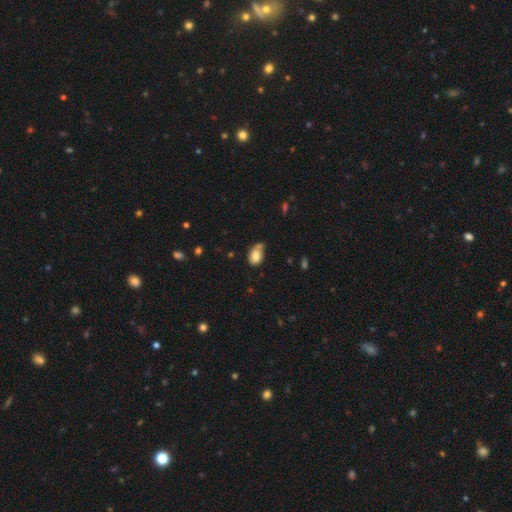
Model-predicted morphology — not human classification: Smooth or featured?
  - smooth: 77% *
  - featured or disk: 15%
  - star or artifact: 9%
How rounded?
  - in between: 81% *
  - round: 18%
  - cigar-shaped: 1%
Merging?
  - minor disturbance: 39% *
  - none: 38%
  - major disturbance: 13%
  - merger: 10%